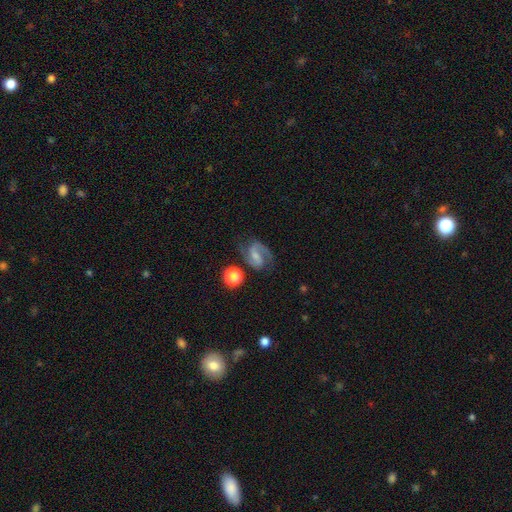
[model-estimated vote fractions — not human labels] Smooth or featured? Predicted: featured or disk (p=0.84). Edge-on disk? Predicted: no (p=0.98). Bar? Predicted: weak (p=0.49). Spiral arms? Predicted: yes (p=0.97). Spiral winding? Predicted: medium (p=0.58). Spiral arm count? Predicted: 2 (p=0.91). Bulge size? Predicted: small (p=0.48). Merging? Predicted: none (p=0.75).